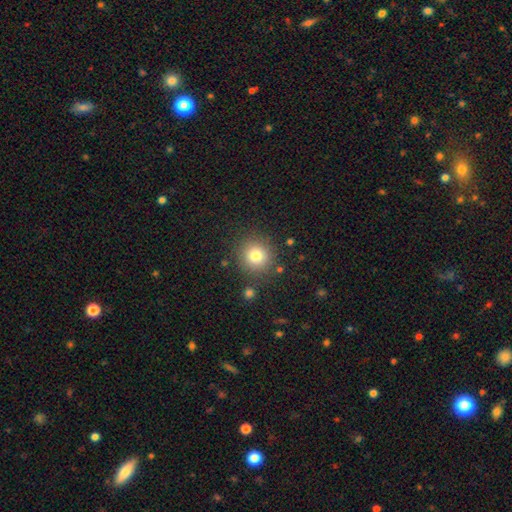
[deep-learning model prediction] Smooth or featured? Predicted: smooth (p=0.79). How rounded? Predicted: round (p=0.93). Merging? Predicted: none (p=0.86).